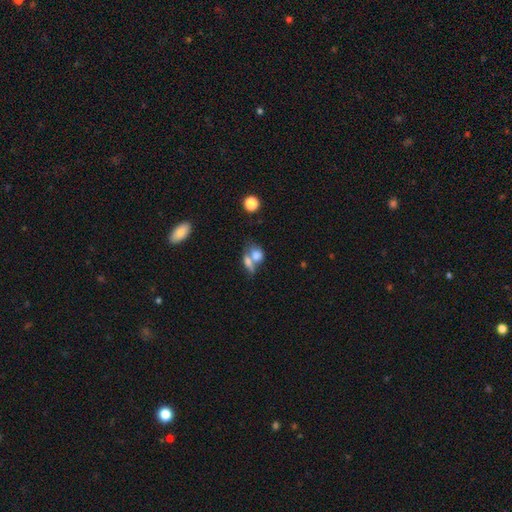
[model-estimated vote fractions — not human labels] Smooth or featured? Predicted: smooth (p=0.74). How rounded? Predicted: in between (p=0.61). Merging? Predicted: merger (p=0.60).